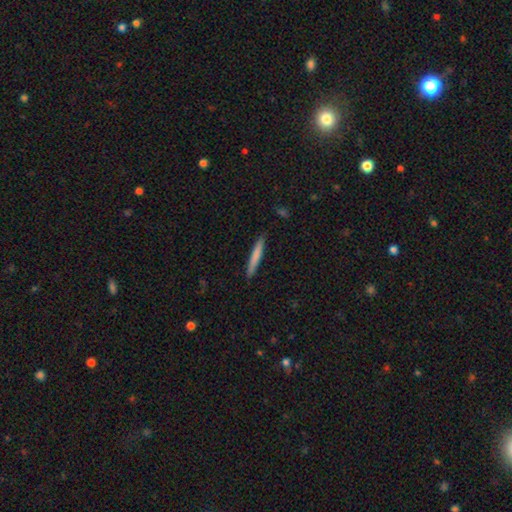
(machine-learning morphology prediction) A smooth galaxy with no disk features (76%) that is cigar-shaped (95%). Merging: none (90%).